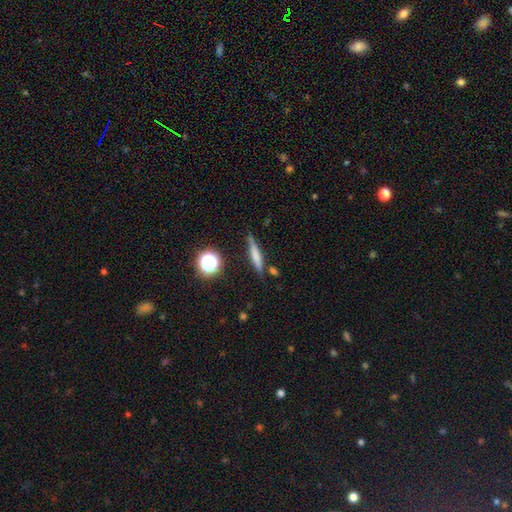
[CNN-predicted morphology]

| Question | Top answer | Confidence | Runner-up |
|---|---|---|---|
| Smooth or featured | smooth | 54% | featured or disk (36%) |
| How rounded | cigar-shaped | 82% | in between (12%) |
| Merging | none | 77% | minor disturbance (15%) |